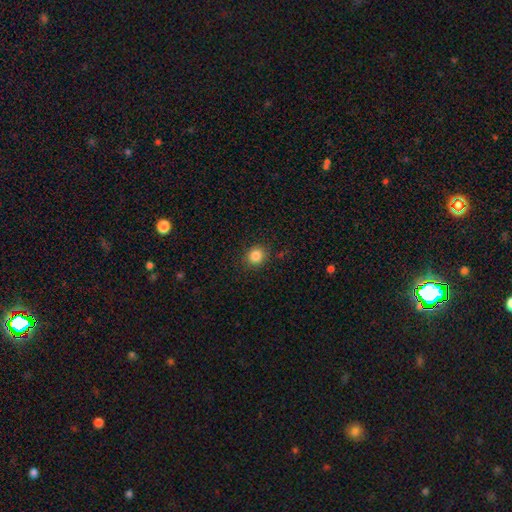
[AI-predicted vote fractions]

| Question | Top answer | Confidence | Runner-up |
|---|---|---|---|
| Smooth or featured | smooth | 85% | star or artifact (11%) |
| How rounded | round | 80% | in between (19%) |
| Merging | none | 88% | minor disturbance (8%) |